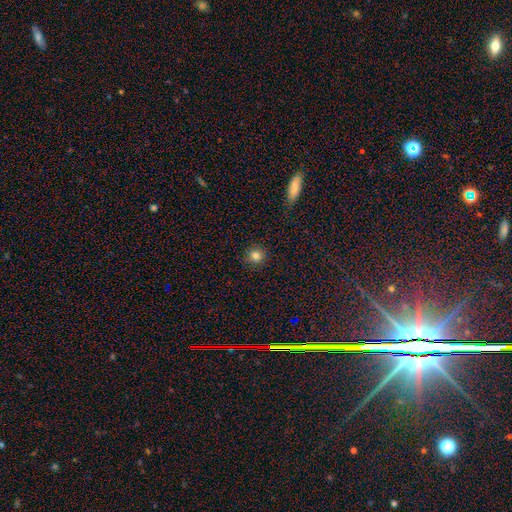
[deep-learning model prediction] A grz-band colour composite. It shows a smooth galaxy with no disk features (82%) that is round (93%). Merging: none (91%).